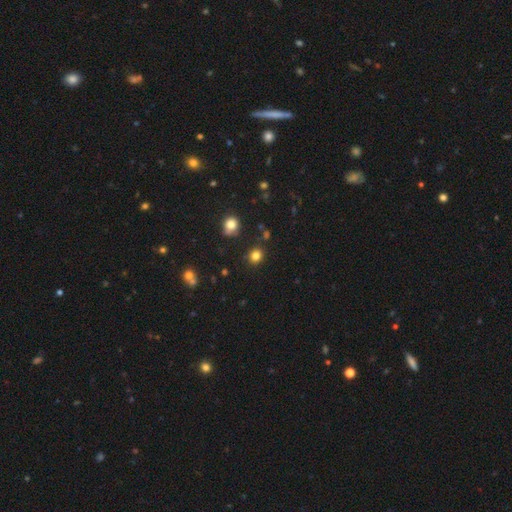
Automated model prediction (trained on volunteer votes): Smooth or featured? smooth (82%)
How rounded? round (83%)
Merging? none (86%)